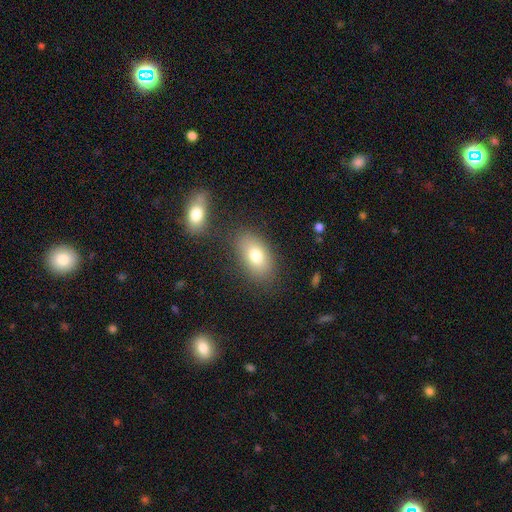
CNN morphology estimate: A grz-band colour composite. It shows a smooth galaxy with no disk features (77%) that is in between round and cigar-shaped (89%). Merging: none (78%).